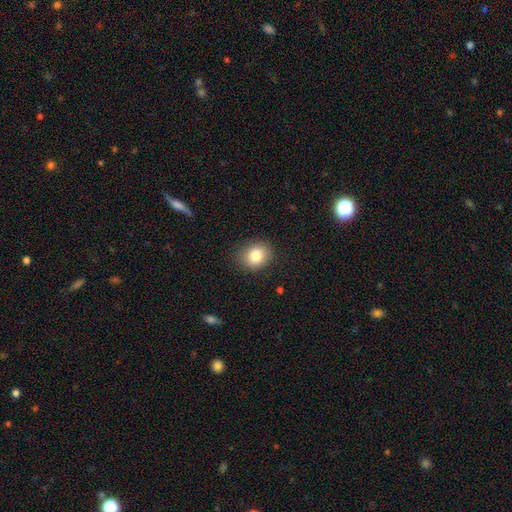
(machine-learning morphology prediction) smooth_or_featured: smooth (p=0.82) [alt: star or artifact p=0.10]
how_rounded: round (p=0.63) [alt: in between p=0.36]
merging: none (p=0.86) [alt: minor disturbance p=0.10]